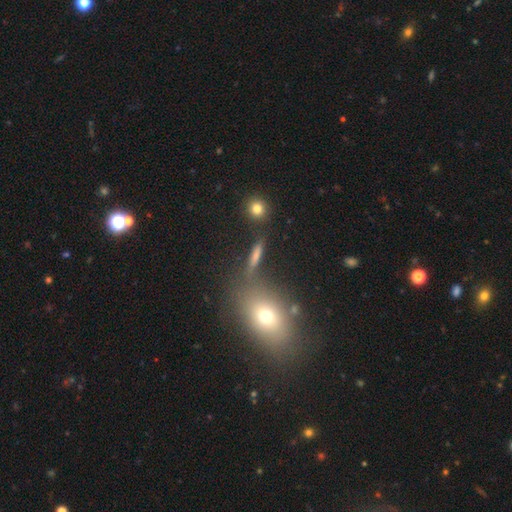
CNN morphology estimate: smooth-or-featured: smooth: 53% | featured or disk: 29% | star or artifact: 18%
  how-rounded: cigar-shaped: 58% | in between: 26% | round: 16%
  merging: none: 72% | minor disturbance: 12% | merger: 10% | major disturbance: 6%